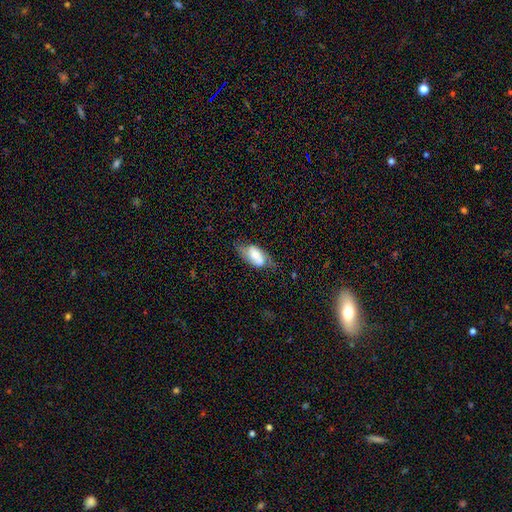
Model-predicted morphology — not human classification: This is possibly a featured or disk galaxy (47%). Merging: possibly none (55%).